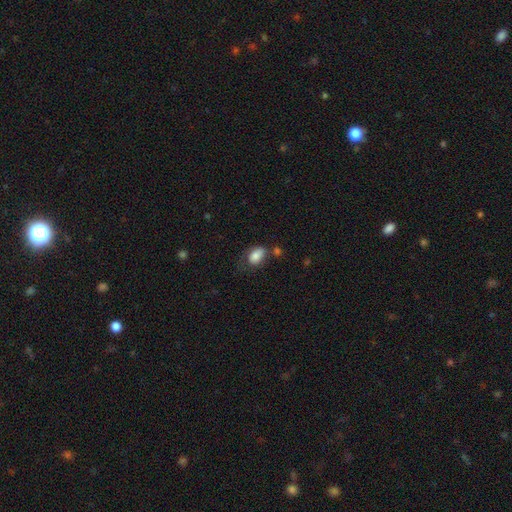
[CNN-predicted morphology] Smooth or featured? smooth (82%)
How rounded? in between (88%)
Merging? none (47%)